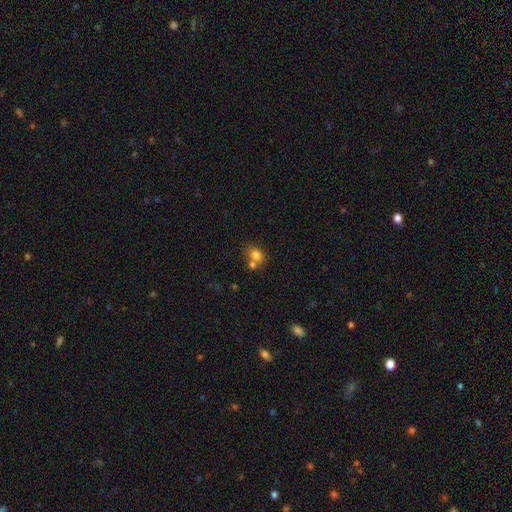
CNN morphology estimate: type=smooth (77%); roundness=in between (56%); merging=none (44%).